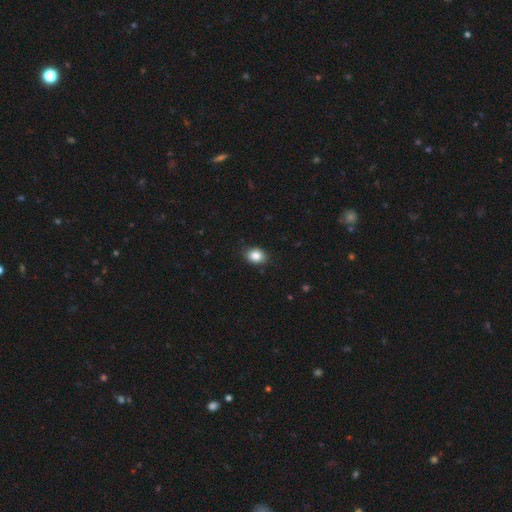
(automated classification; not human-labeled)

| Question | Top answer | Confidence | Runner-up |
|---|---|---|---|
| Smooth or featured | smooth | 85% | star or artifact (9%) |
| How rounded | in between | 60% | round (39%) |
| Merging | none | 86% | minor disturbance (11%) |